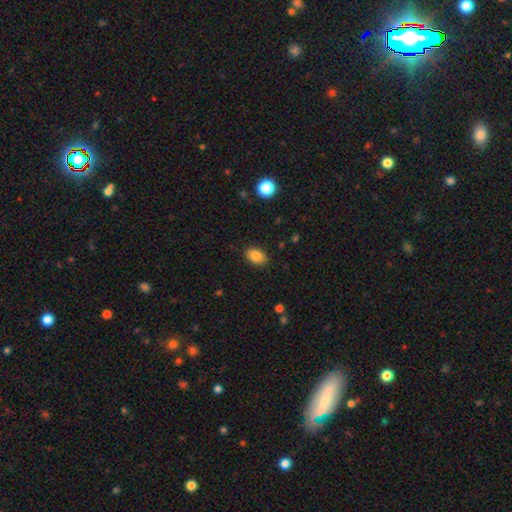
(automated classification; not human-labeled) Smooth or featured? smooth (86%)
How rounded? in between (85%)
Merging? none (87%)